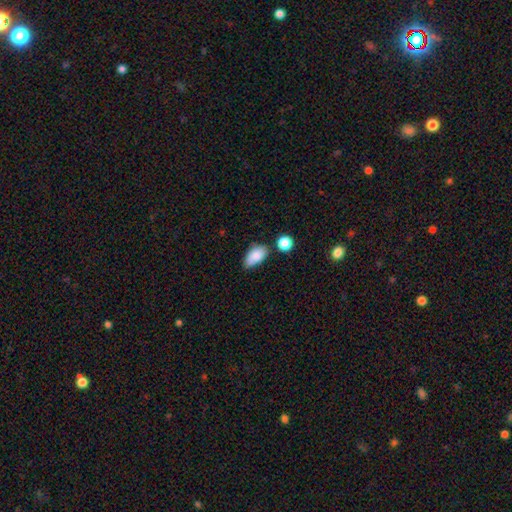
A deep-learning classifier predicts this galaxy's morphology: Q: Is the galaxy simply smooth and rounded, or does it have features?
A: smooth — 83%.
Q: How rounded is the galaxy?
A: in between — 91%.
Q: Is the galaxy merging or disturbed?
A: none — 56%.